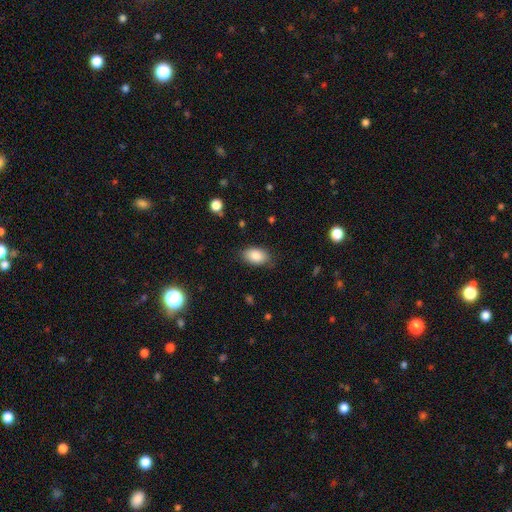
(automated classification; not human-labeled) smooth-or-featured: smooth: 87% | star or artifact: 7% | featured or disk: 6%
  how-rounded: in between: 91% | round: 8% | cigar-shaped: 2%
  merging: none: 80% | minor disturbance: 15% | major disturbance: 4% | merger: 1%